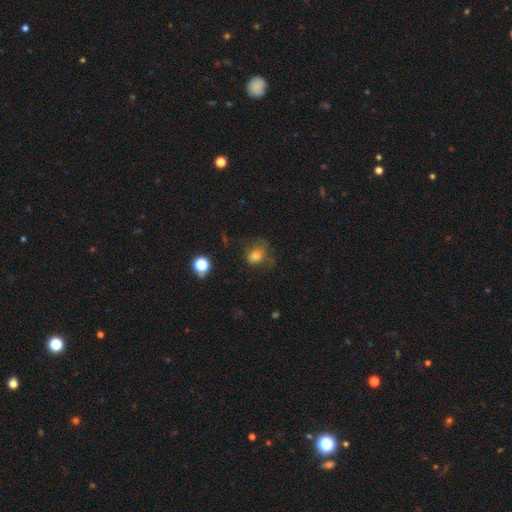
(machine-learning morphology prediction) smooth 72%, star or artifact 15%, featured or disk 13%. Down the decision tree: how rounded — round (53%); merging — none (48%).